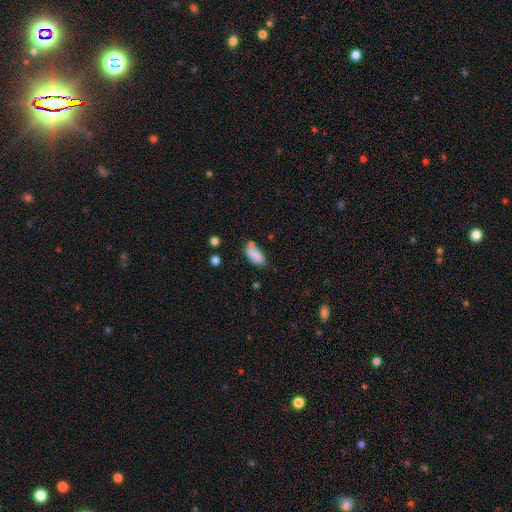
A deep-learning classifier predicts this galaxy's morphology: Q: Smooth or featured?
A: smooth (86%); runner-up: star or artifact (8%)
Q: How rounded?
A: in between (85%); runner-up: cigar-shaped (13%)
Q: Merging?
A: none (64%); runner-up: minor disturbance (19%)